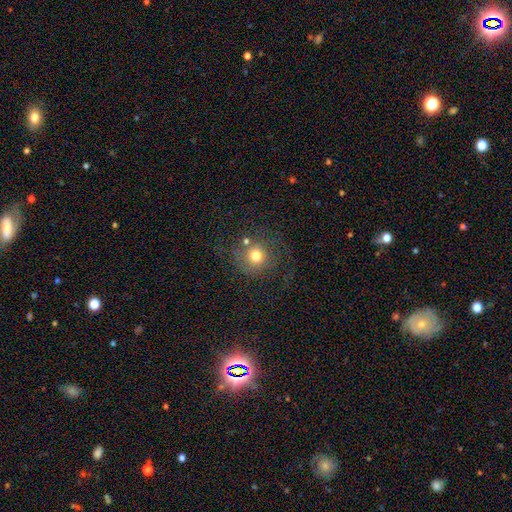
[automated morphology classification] smooth-or-featured: smooth: 72% | featured or disk: 14% | star or artifact: 14%
  how-rounded: round: 91% | in between: 8% | cigar-shaped: 1%
  merging: none: 66% | minor disturbance: 14% | major disturbance: 12% | merger: 8%